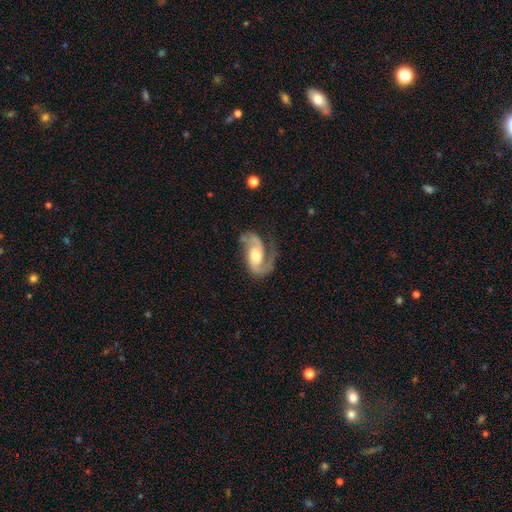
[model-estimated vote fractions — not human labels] Overall: featured or disk (87%). Edge-on disk: no (97%). Bar: no (50%; weak 36%). Spiral arms: yes (96%). Spiral arm count: 2 (82%). Spiral winding: medium (50%; loose 29%). Bulge size: moderate (64%). Merging: none (61%).